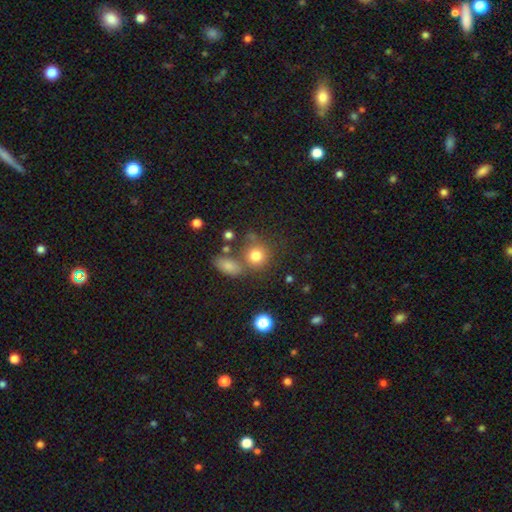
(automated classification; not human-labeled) smooth-or-featured: smooth: 77% | star or artifact: 13% | featured or disk: 9%
  how-rounded: round: 82% | in between: 16% | cigar-shaped: 1%
  merging: none: 60% | merger: 20% | minor disturbance: 13% | major disturbance: 7%